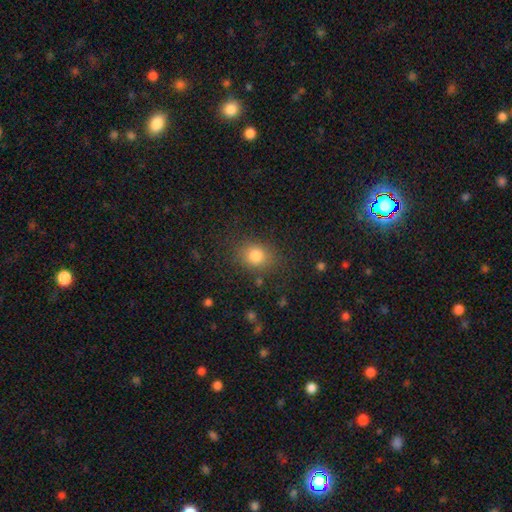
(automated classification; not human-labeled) A smooth galaxy with no disk features (82%) that is round (58%).

Vote fractions:
- Smooth or featured? smooth: 82% / star or artifact: 11% / featured or disk: 7%
- How rounded? round: 58% / in between: 41% / cigar-shaped: 1%
- Merging? none: 80% / minor disturbance: 13% / major disturbance: 5% / merger: 2%